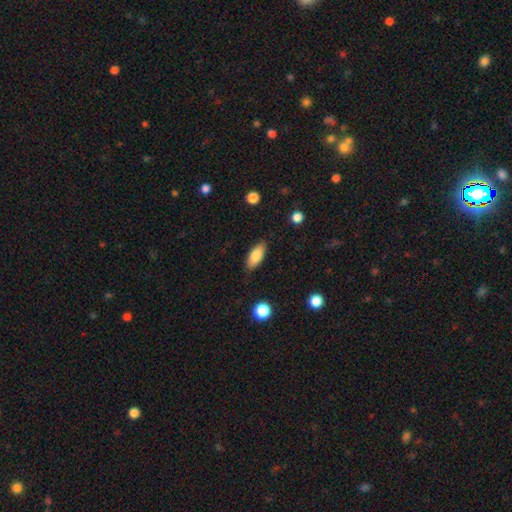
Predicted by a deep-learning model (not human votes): smooth 80%, featured or disk 13%, star or artifact 7%. Down the decision tree: how rounded — in between (80%); merging — none (85%).